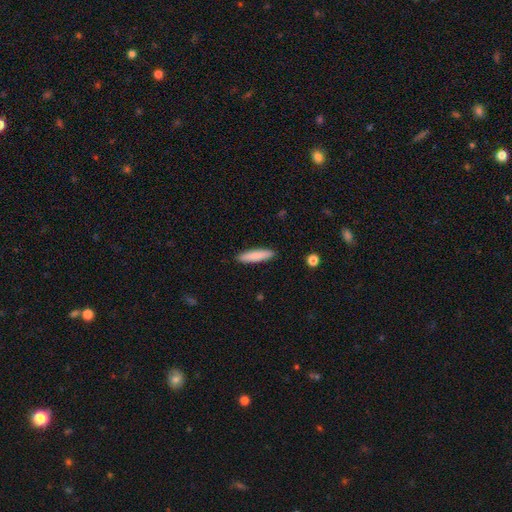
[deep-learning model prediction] Smooth or featured? Predicted: smooth (p=0.83). How rounded? Predicted: cigar-shaped (p=0.78). Merging? Predicted: none (p=0.90).